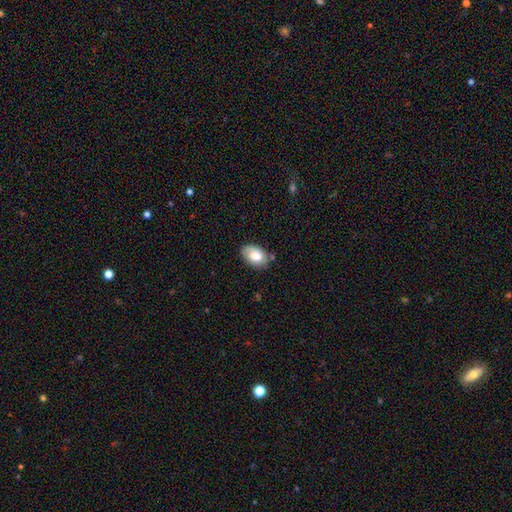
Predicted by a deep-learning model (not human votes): Smooth or featured: smooth — 79% (featured or disk — 14%)
How rounded: in between — 88% (round — 11%)
Merging: none — 71% (minor disturbance — 22%)